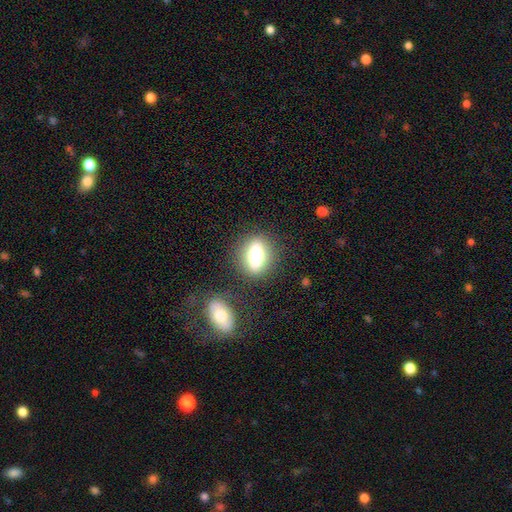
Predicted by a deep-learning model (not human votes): The model was most divided on "smooth or featured": smooth: 62%, featured or disk: 29%, star or artifact: 9%. More confident: merging — none (80%); how rounded — in between (65%).